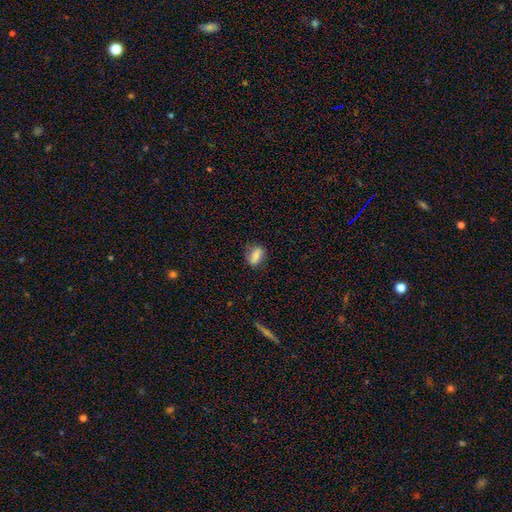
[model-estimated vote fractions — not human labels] smooth 73%, featured or disk 18%, star or artifact 9%. Down the decision tree: how rounded — in between (72%); merging — none (72%).